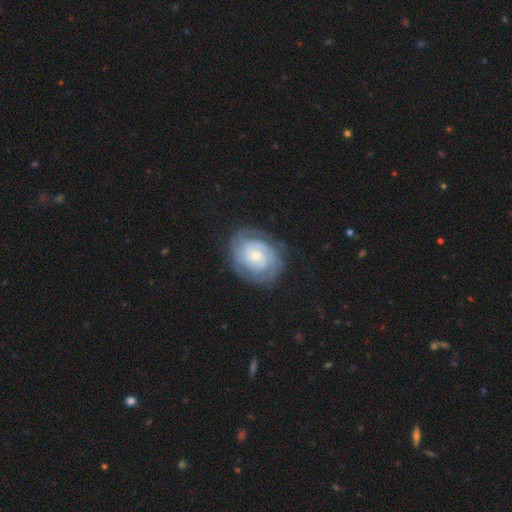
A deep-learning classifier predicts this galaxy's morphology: type=featured or disk (82%); edge-on=no (98%); bar=no (65%); spiral arms=yes (95%); winding=tight (71%); arm count=can't tell (33%); bulge=small (50%); merging=none (76%).